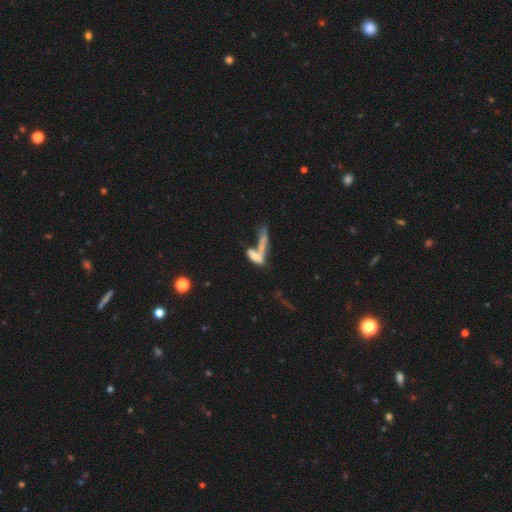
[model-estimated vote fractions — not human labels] Overall: smooth (55%; featured or disk 34%). How rounded: in between (57%; cigar-shaped 38%). Merging: merger (61%).